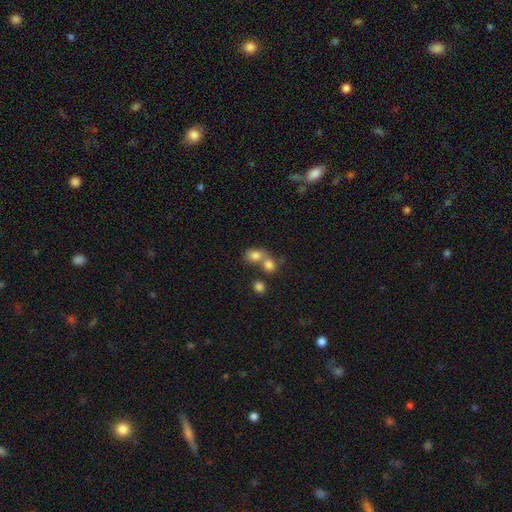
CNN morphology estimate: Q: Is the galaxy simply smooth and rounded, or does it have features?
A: smooth — 79%.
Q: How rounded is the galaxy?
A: round — 54%.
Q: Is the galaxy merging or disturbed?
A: merger — 54%.